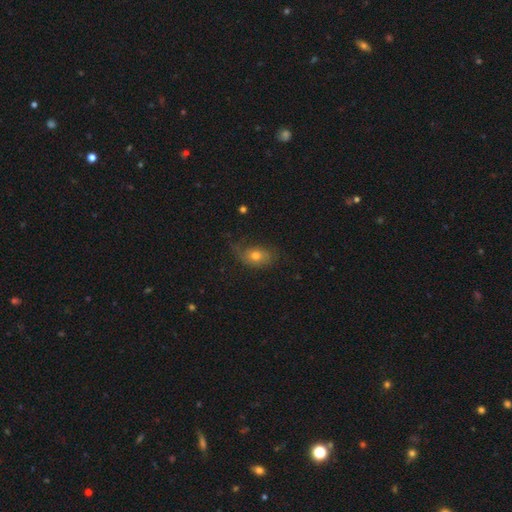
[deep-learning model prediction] A smooth galaxy with no disk features (62%) that is in between round and cigar-shaped (78%). Merging: none (55%).